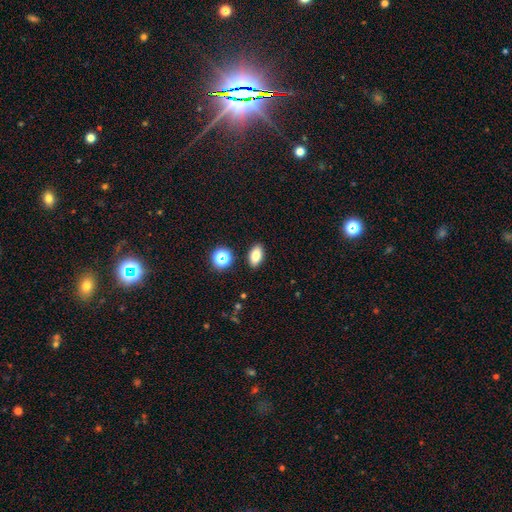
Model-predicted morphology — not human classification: Overall: smooth (81%). How rounded: in between (88%). Merging: none (88%).